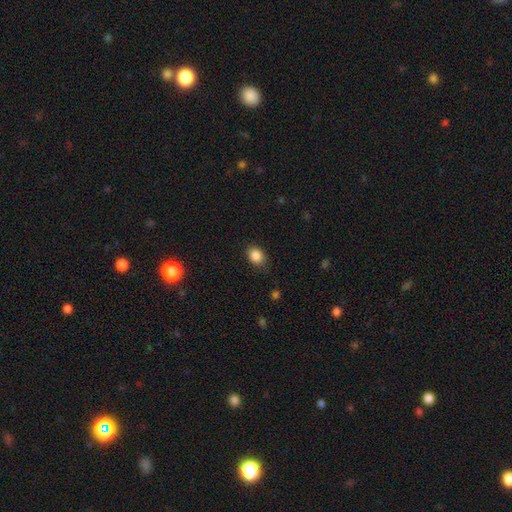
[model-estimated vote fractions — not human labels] Smooth or featured? Predicted: smooth (p=0.86). How rounded? Predicted: in between (p=0.58). Merging? Predicted: none (p=0.81).